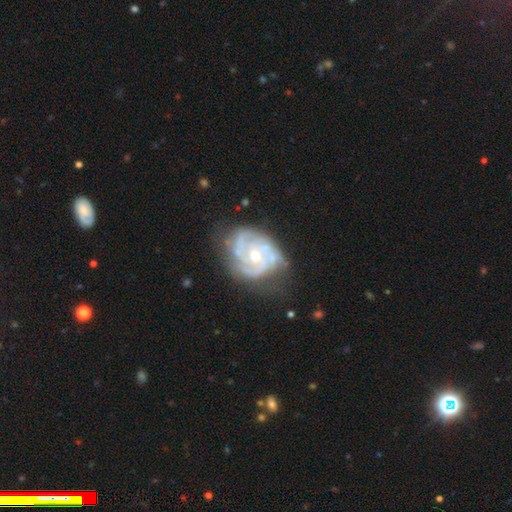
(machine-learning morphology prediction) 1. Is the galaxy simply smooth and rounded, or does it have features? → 86% featured or disk, 8% smooth, 6% star or artifact.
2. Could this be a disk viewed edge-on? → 98% no, 2% yes.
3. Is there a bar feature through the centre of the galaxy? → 78% no, 19% weak, 4% strong.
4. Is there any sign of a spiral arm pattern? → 93% yes, 7% no.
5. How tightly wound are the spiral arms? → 59% tight, 33% medium, 8% loose.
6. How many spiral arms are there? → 34% 3, 25% can't tell, 17% 2, 14% 4, 5% more than 4, 5% 1.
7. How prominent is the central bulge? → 56% moderate, 41% small, 2% large, 1% none, 1% dominant.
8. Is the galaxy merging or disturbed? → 60% none, 25% minor disturbance, 12% major disturbance, 3% merger.